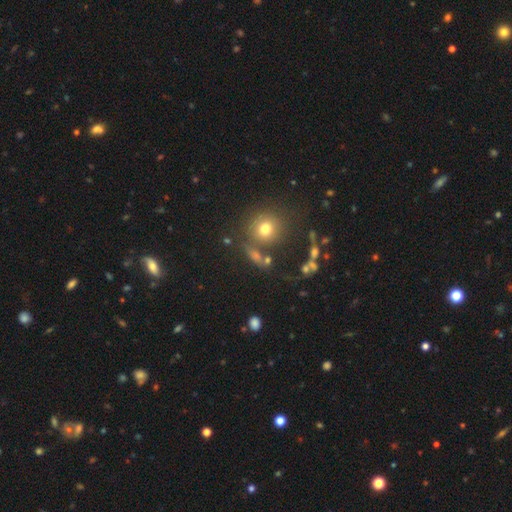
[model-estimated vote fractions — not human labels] smooth 57%, star or artifact 27%, featured or disk 15%. Down the decision tree: how rounded — round (62%); merging — none (69%).